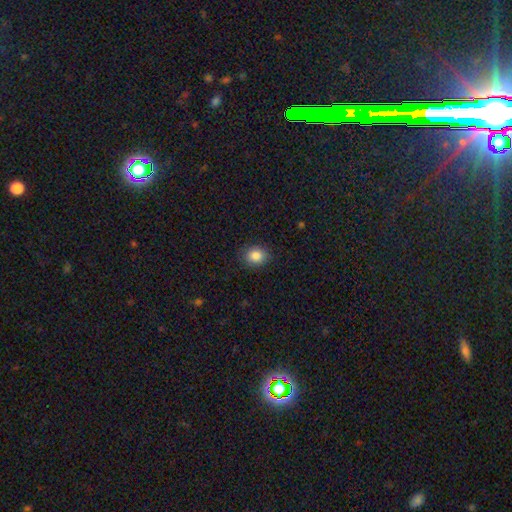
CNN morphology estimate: The model was most divided on "how rounded": round: 62%, in between: 37%, cigar-shaped: 1%. More confident: merging — none (87%); smooth or featured — smooth (86%).